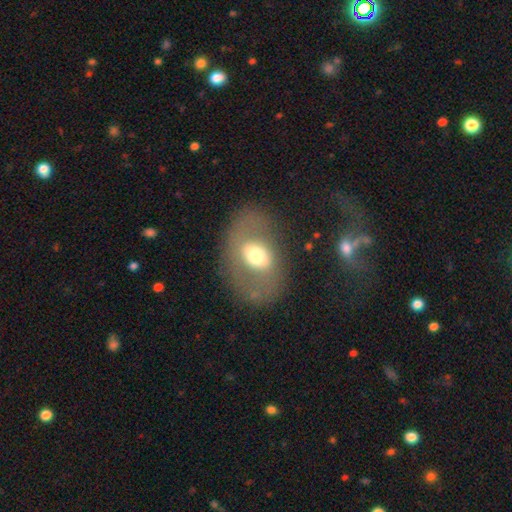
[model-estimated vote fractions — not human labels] smooth 49%, featured or disk 42%, star or artifact 10%. Down the decision tree: merging — none (71%).